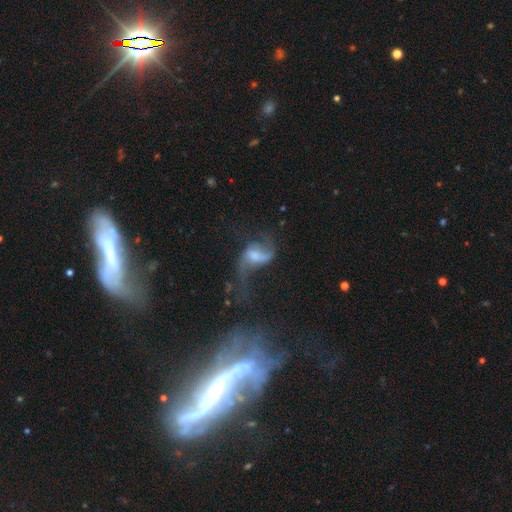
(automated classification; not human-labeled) Smooth or featured? Predicted: featured or disk (p=0.74). Edge-on disk? Predicted: no (p=0.97). Bar? Predicted: weak (p=0.46). Spiral arms? Predicted: yes (p=0.88). Spiral winding? Predicted: loose (p=0.81). Spiral arm count? Predicted: 2 (p=0.84). Bulge size? Predicted: moderate (p=0.37). Merging? Predicted: major disturbance (p=0.45).